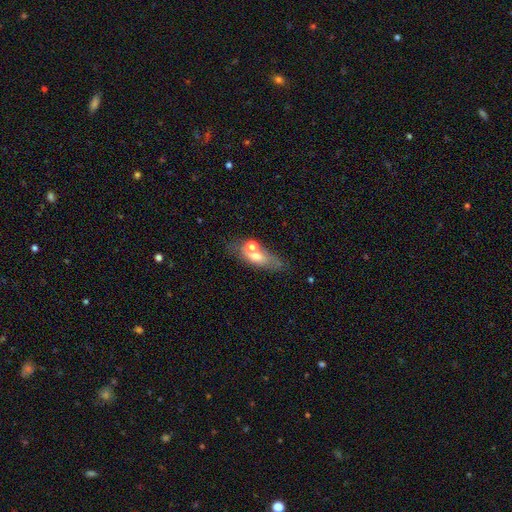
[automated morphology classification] A smooth galaxy with no disk features (56%) that is in between round and cigar-shaped (65%). Merging: none (53%).